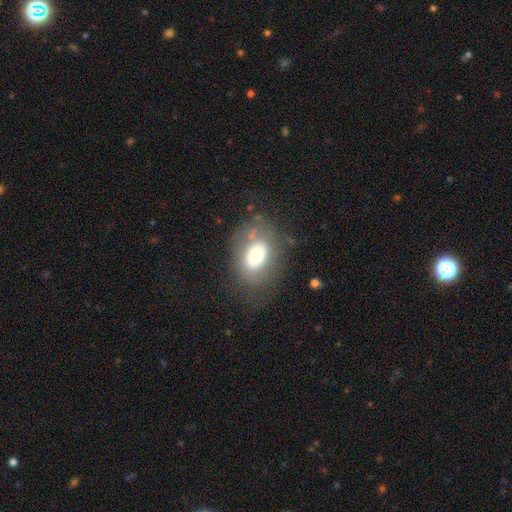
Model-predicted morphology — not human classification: Smooth or featured? Predicted: smooth (p=0.62). How rounded? Predicted: in between (p=0.74). Merging? Predicted: none (p=0.66).